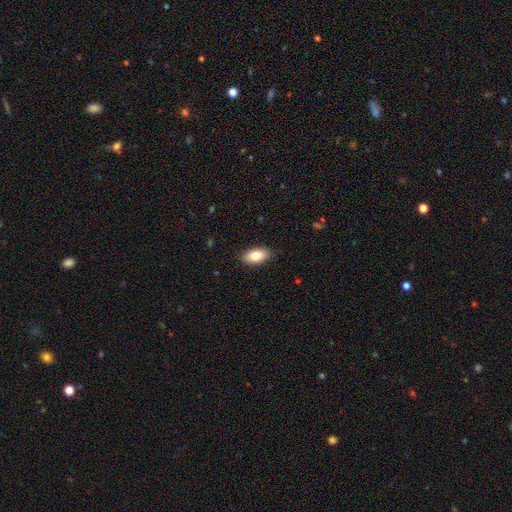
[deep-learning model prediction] Smooth or featured? smooth (81%)
How rounded? in between (92%)
Merging? none (88%)